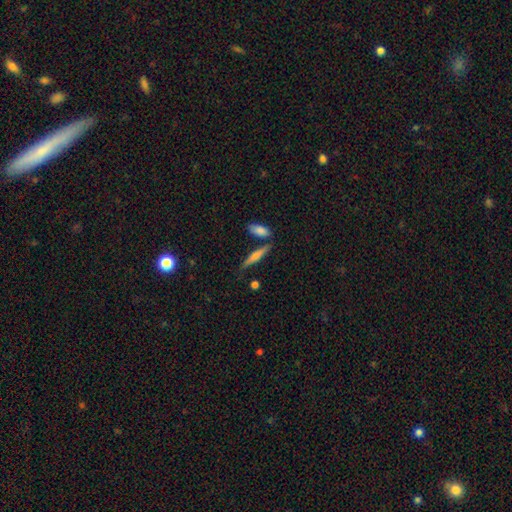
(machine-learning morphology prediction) Q: Smooth or featured?
A: smooth (51%); runner-up: featured or disk (42%)
Q: How rounded?
A: cigar-shaped (83%); runner-up: in between (14%)
Q: Merging?
A: none (74%); runner-up: minor disturbance (12%)